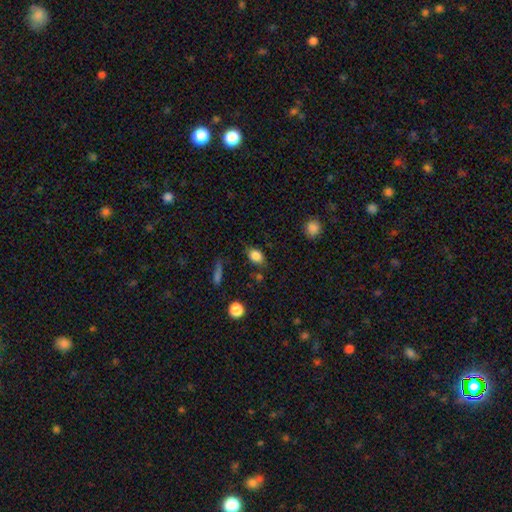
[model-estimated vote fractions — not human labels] A smooth galaxy with no disk features (84%) that is in between round and cigar-shaped (79%). Merging: none (76%).